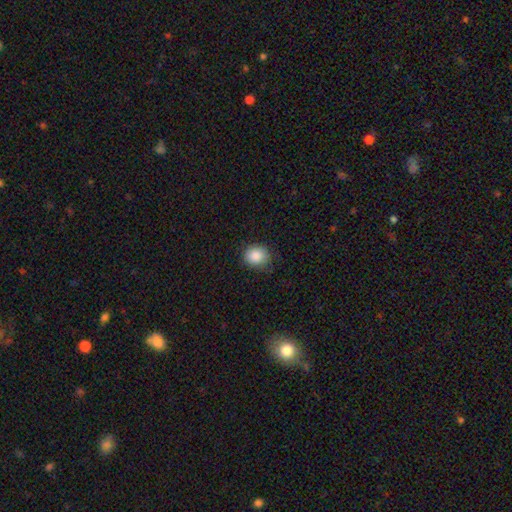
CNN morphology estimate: Smooth or featured?
  - smooth: 87% *
  - star or artifact: 9%
  - featured or disk: 4%
How rounded?
  - round: 72% *
  - in between: 27%
  - cigar-shaped: 1%
Merging?
  - none: 79% *
  - minor disturbance: 17%
  - major disturbance: 4%
  - merger: 1%